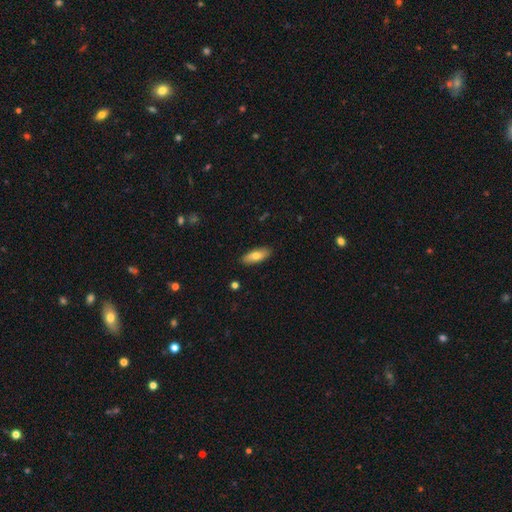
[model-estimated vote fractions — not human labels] smooth_or_featured: smooth (p=0.73) [alt: featured or disk p=0.21]
how_rounded: in between (p=0.73) [alt: cigar-shaped p=0.25]
merging: none (p=0.89) [alt: minor disturbance p=0.08]